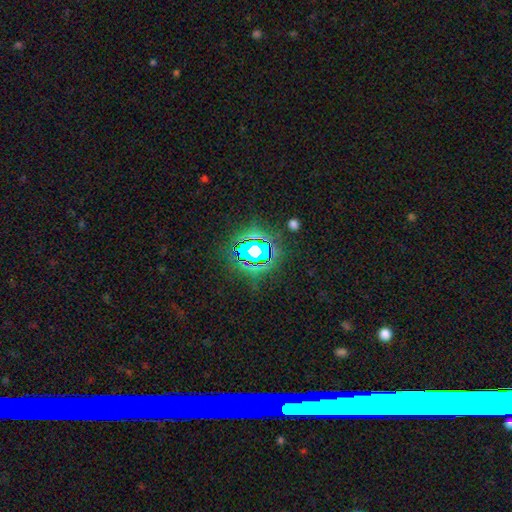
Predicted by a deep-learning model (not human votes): star or artifact 79%, smooth 12%, featured or disk 9%.